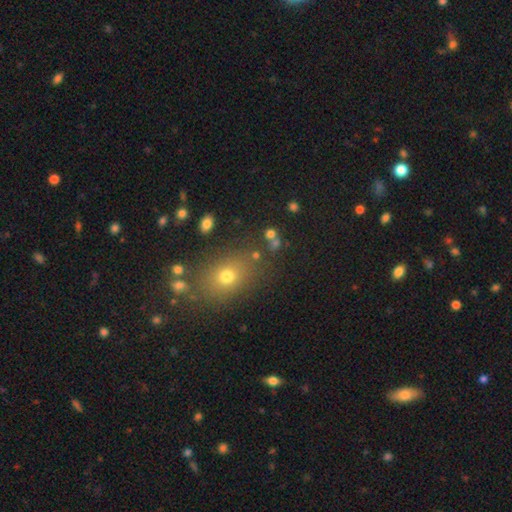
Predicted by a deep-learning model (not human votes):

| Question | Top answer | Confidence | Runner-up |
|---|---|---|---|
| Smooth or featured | smooth | 62% | star or artifact (25%) |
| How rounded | in between | 49% | tied: round (49%) |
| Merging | none | 76% | minor disturbance (11%) |